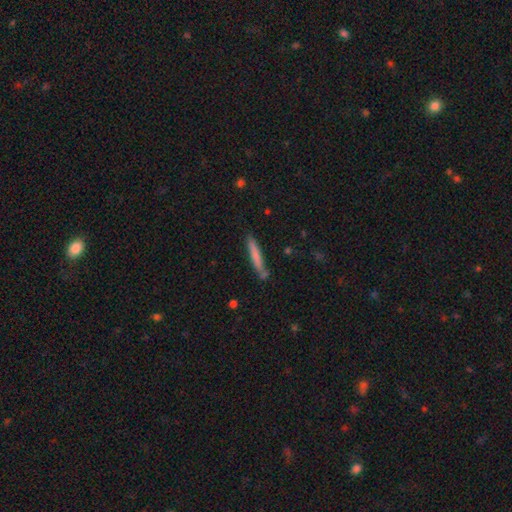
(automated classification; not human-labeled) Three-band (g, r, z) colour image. It shows a smooth galaxy with no disk features (72%) that is cigar-shaped (95%). Merging: none (78%).